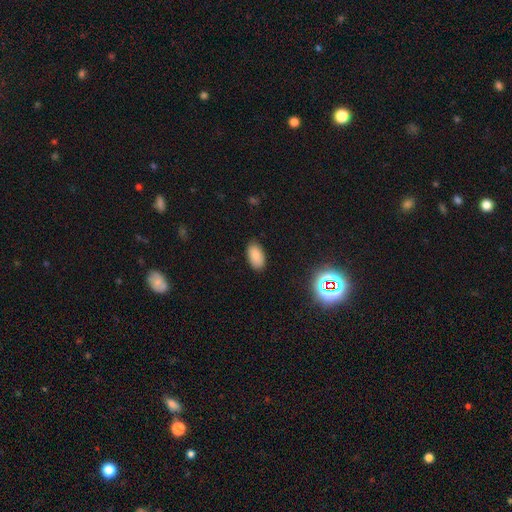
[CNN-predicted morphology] A smooth galaxy with no disk features (84%) that is in between round and cigar-shaped (94%). Merging: none (86%).